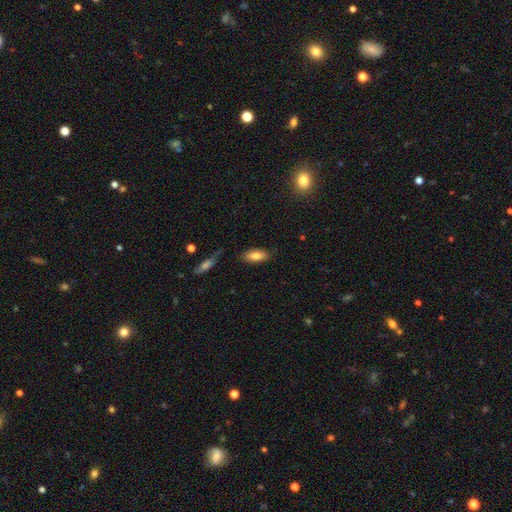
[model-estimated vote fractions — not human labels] A smooth galaxy with no disk features (80%) that is in between round and cigar-shaped (85%).

Vote fractions:
- Smooth or featured? smooth: 80% / featured or disk: 12% / star or artifact: 7%
- How rounded? in between: 85% / cigar-shaped: 13% / round: 3%
- Merging? none: 80% / minor disturbance: 14% / major disturbance: 3% / merger: 3%